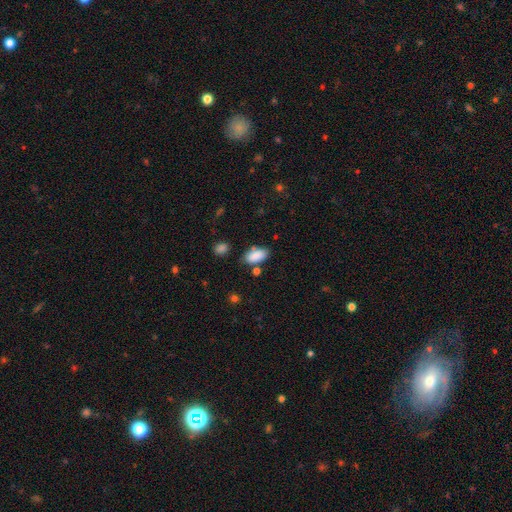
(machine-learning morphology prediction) Smooth or featured? smooth (88%)
How rounded? in between (92%)
Merging? none (72%)